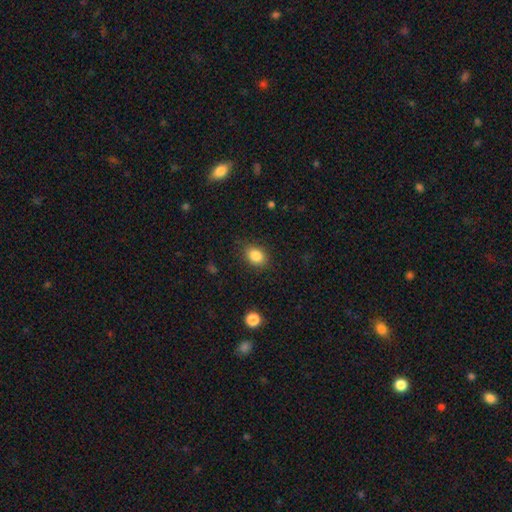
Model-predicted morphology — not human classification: This is clearly a smooth galaxy (85%). How rounded: likely in between (70%). Merging: clearly none (84%).